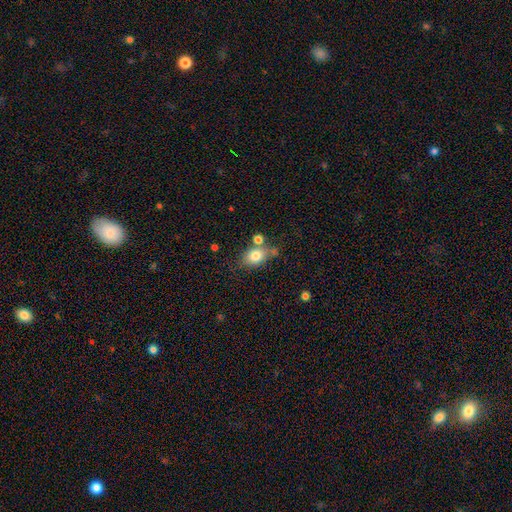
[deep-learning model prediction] Smooth or featured: smooth — 79% (featured or disk — 11%)
How rounded: in between — 66% (round — 32%)
Merging: none — 60% (minor disturbance — 18%)